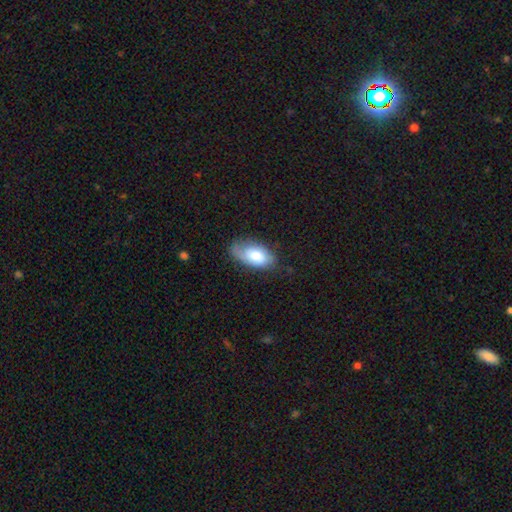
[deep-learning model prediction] smooth_or_featured: smooth (p=0.65) [alt: featured or disk p=0.28]
how_rounded: in between (p=0.94) [alt: round p=0.04]
merging: none (p=0.58) [alt: minor disturbance p=0.29]